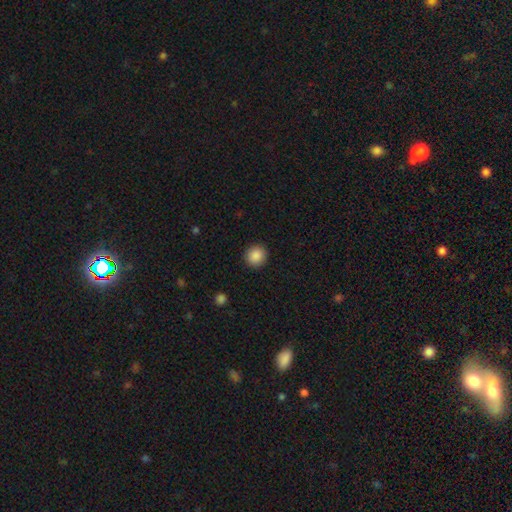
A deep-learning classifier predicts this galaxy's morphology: Smooth or featured?
  - smooth: 88% *
  - star or artifact: 9%
  - featured or disk: 3%
How rounded?
  - round: 91% *
  - in between: 8%
  - cigar-shaped: 1%
Merging?
  - none: 92% *
  - minor disturbance: 6%
  - major disturbance: 2%
  - merger: 1%